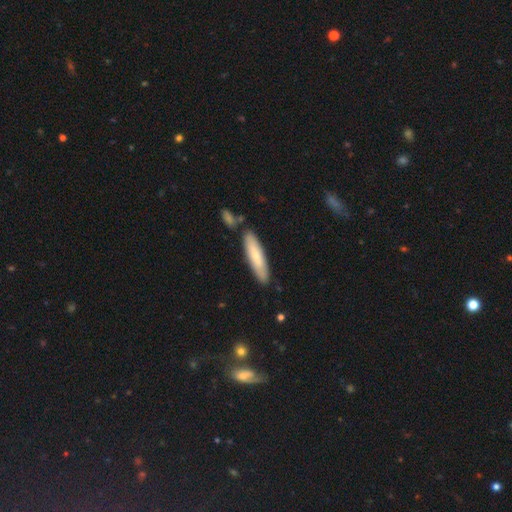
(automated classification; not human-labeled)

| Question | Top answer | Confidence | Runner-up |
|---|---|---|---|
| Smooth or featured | smooth | 71% | featured or disk (24%) |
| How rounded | cigar-shaped | 82% | in between (17%) |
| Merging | none | 81% | minor disturbance (10%) |